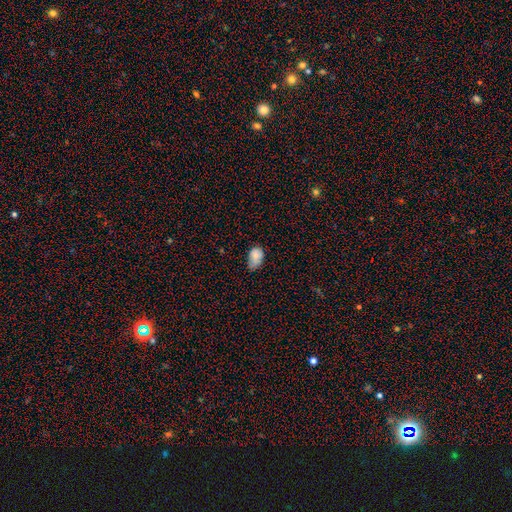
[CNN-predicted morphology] Smooth or featured? smooth (81%)
How rounded? in between (86%)
Merging? minor disturbance (44%)